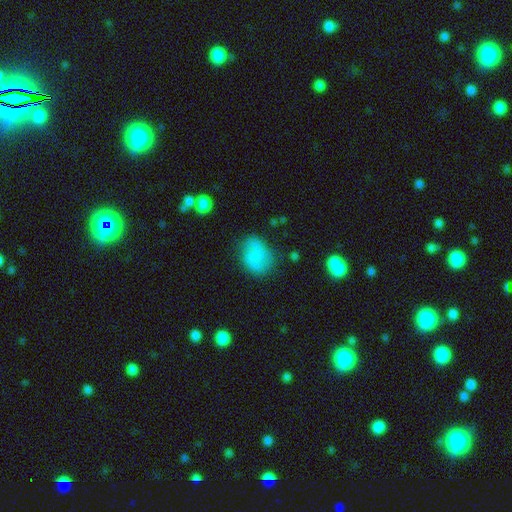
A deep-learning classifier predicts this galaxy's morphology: Q: Smooth or featured?
A: smooth (63%); runner-up: featured or disk (26%)
Q: How rounded?
A: in between (57%); runner-up: round (41%)
Q: Merging?
A: none (69%); runner-up: minor disturbance (21%)